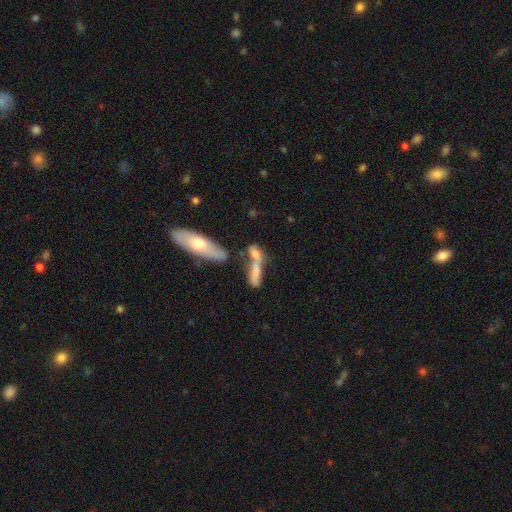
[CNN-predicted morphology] The model was most divided on "how rounded": cigar-shaped: 52%, in between: 43%, round: 5%. More confident: smooth or featured — smooth (65%); merging — merger (59%).